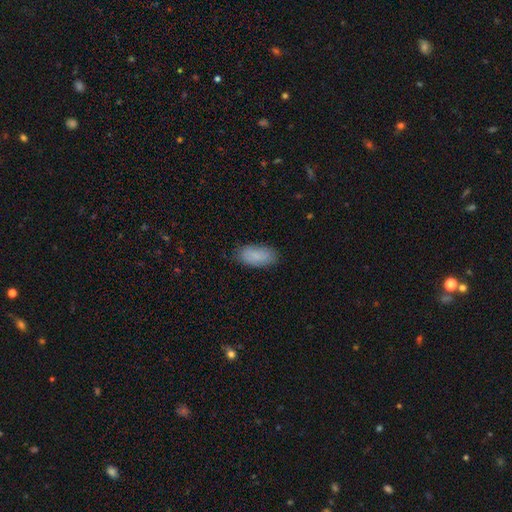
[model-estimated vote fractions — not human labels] Overall: smooth (85%). How rounded: in between (91%). Merging: none (83%).